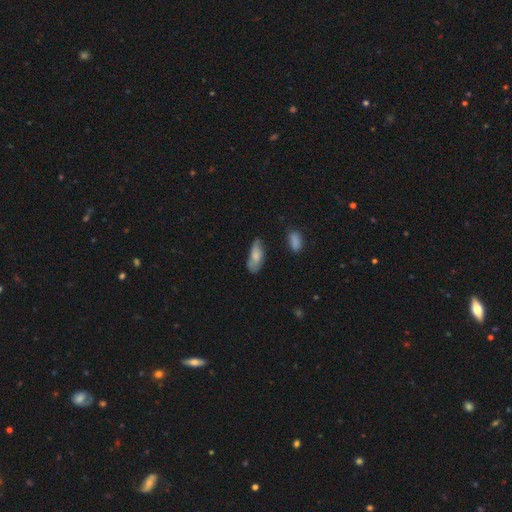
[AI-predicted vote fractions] Smooth or featured: smooth — 72% (featured or disk — 22%)
How rounded: in between — 84% (cigar-shaped — 14%)
Merging: none — 54% (minor disturbance — 34%)